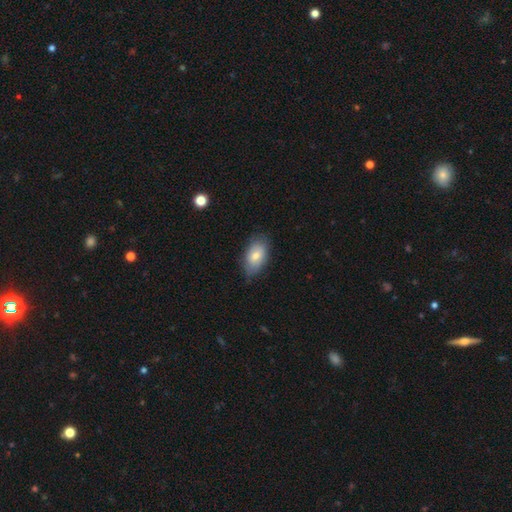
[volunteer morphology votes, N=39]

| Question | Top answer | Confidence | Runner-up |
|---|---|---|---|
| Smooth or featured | smooth | 87% | featured or disk (8%) |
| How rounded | in between | 88% | round (9%) |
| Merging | none | 68% | minor disturbance (22%) |